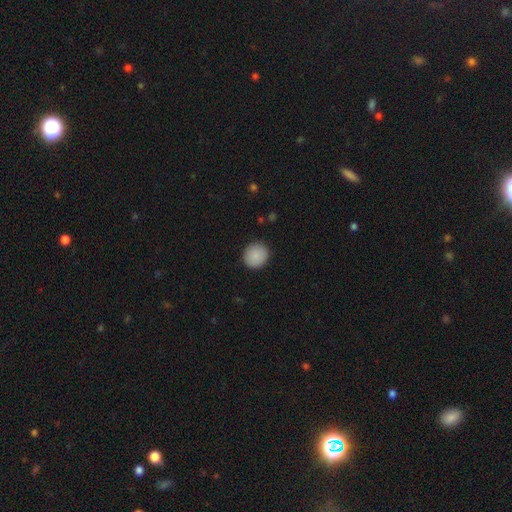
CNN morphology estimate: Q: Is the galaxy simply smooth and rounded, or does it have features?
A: smooth — 90%.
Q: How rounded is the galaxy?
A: round — 89%.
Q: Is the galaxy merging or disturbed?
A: none — 91%.